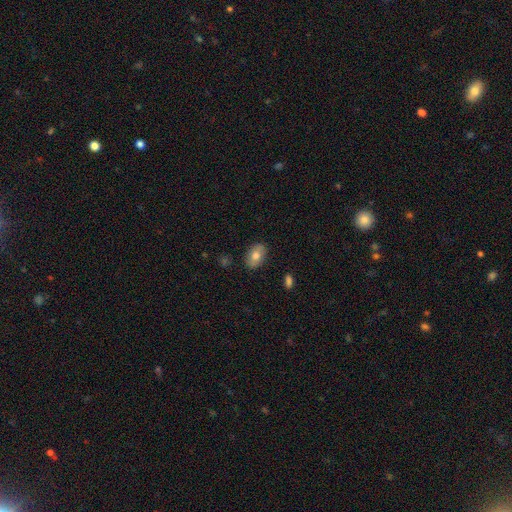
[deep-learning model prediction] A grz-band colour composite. It shows a smooth galaxy with no disk features (73%) that is in between round and cigar-shaped (88%). Merging: none (87%).